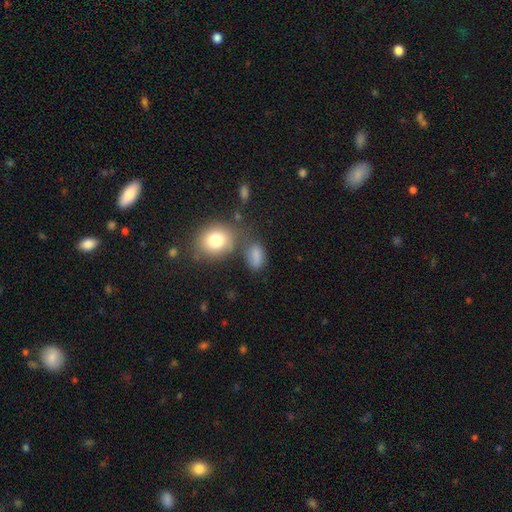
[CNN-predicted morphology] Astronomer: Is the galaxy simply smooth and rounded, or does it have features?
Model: smooth — 79%.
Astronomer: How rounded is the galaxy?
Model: in between — 79%.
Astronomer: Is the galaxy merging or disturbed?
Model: none — 54%.